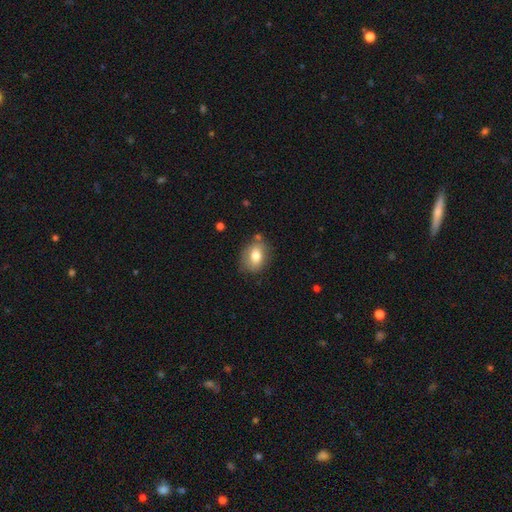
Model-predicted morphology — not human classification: This is likely a smooth galaxy (77%). How rounded: likely in between (68%). Merging: likely none (74%).